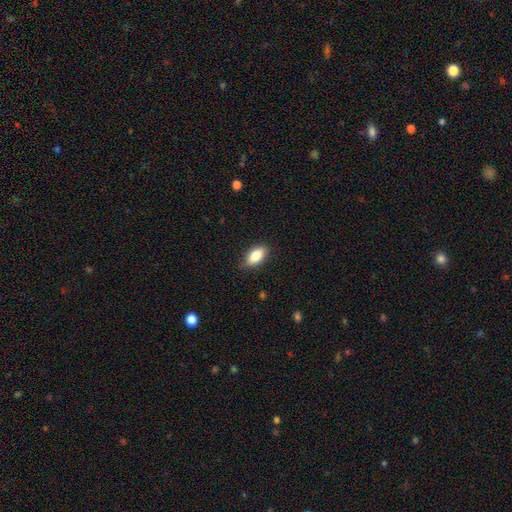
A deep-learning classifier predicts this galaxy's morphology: Smooth or featured?
  - smooth: 83% *
  - featured or disk: 10%
  - star or artifact: 7%
How rounded?
  - in between: 89% *
  - cigar-shaped: 6%
  - round: 5%
Merging?
  - none: 83% *
  - minor disturbance: 13%
  - major disturbance: 2%
  - merger: 1%